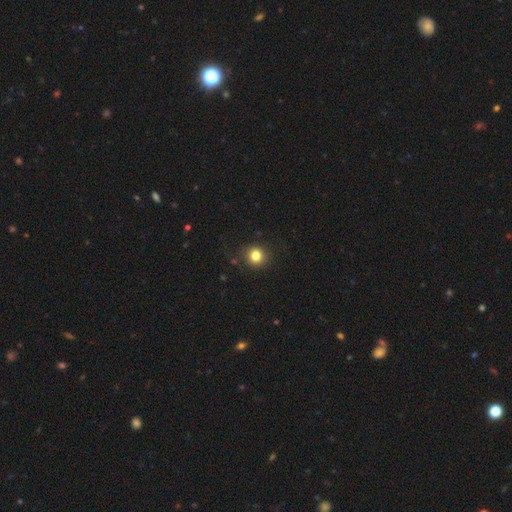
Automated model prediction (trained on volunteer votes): Q: Smooth or featured?
A: smooth (82%); runner-up: star or artifact (12%)
Q: How rounded?
A: round (90%); runner-up: in between (9%)
Q: Merging?
A: none (89%); runner-up: minor disturbance (7%)